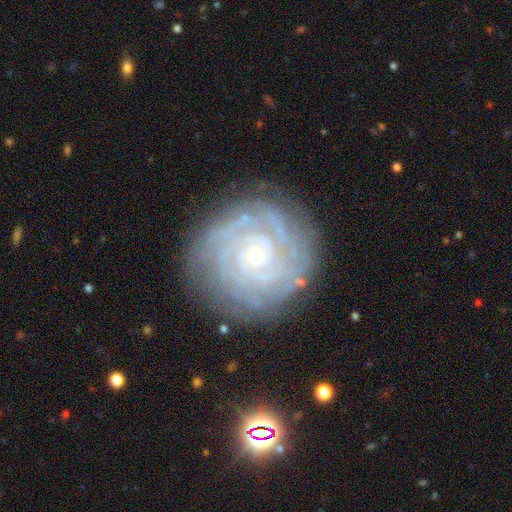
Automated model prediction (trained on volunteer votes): A featured or disk galaxy (86%) with no bar (78%), tight (86%) spiral arms (97%) and a small central bulge (83%). Merging: none (83%).